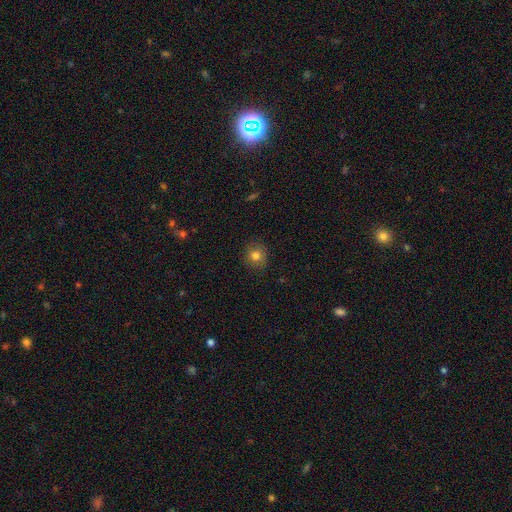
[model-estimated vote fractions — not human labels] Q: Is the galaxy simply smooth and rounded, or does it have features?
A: smooth — 79%.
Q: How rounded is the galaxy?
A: round — 87%.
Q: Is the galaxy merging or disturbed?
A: none — 88%.